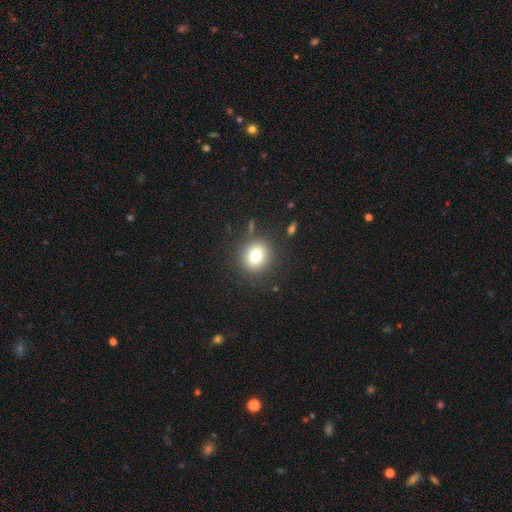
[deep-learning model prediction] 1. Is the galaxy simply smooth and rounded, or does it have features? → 76% smooth, 13% star or artifact, 11% featured or disk.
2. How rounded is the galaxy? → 84% round, 15% in between, 1% cigar-shaped.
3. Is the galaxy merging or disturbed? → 85% none, 8% minor disturbance, 4% major disturbance, 3% merger.